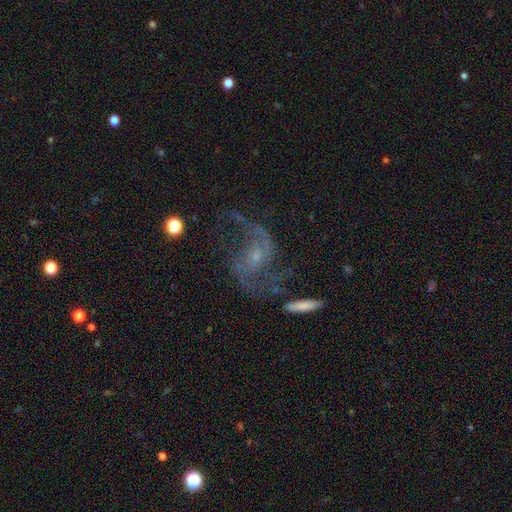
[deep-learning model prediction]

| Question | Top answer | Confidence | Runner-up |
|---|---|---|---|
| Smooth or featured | featured or disk | 83% | star or artifact (9%) |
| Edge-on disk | no | 96% | yes (4%) |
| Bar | no | 55% | weak (34%) |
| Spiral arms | yes | 93% | no (7%) |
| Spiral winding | loose | 55% | medium (35%) |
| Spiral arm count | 2 | 83% | can't tell (6%) |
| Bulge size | small | 67% | moderate (25%) |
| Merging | none | 53% | major disturbance (24%) |